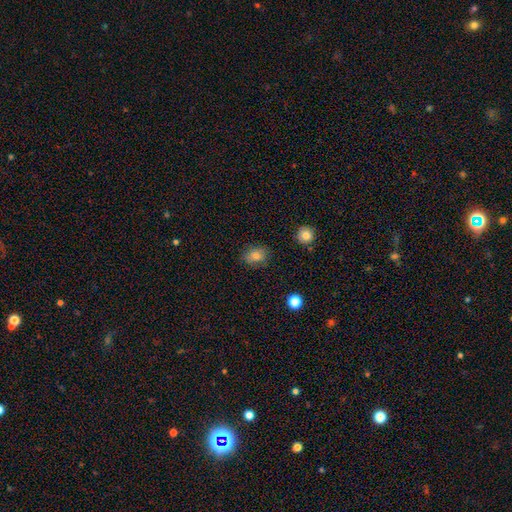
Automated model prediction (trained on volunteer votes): The model was most divided on "how rounded": in between: 65%, round: 33%, cigar-shaped: 2%. More confident: merging — none (83%); smooth or featured — smooth (79%).